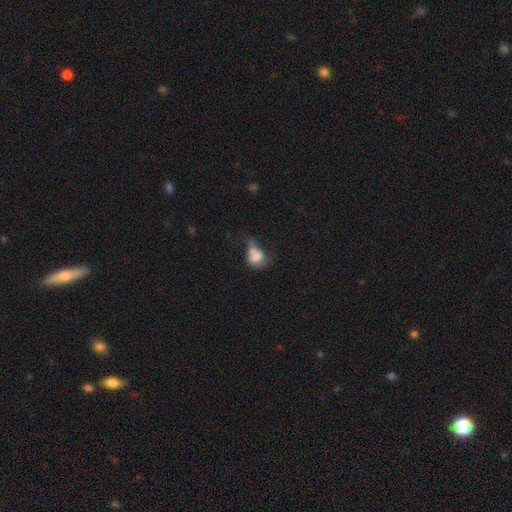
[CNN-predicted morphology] smooth-or-featured: smooth: 68% | featured or disk: 21% | star or artifact: 10%
  how-rounded: in between: 59% | round: 39% | cigar-shaped: 2%
  merging: merger: 42% | major disturbance: 20% | none: 20% | minor disturbance: 18%